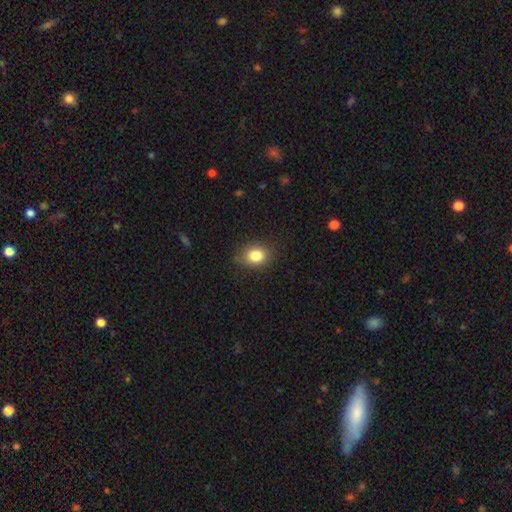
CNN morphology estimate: This is clearly a smooth galaxy (84%). How rounded: possibly in between (56%). Merging: clearly none (83%).